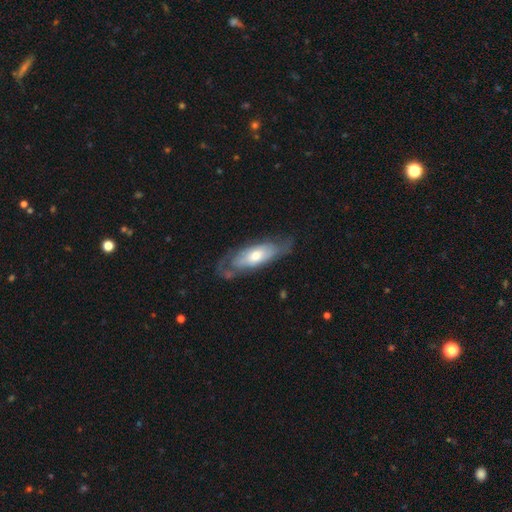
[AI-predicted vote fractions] This is possibly a featured or disk galaxy (57%). It is likely not viewed edge-on (76%). Merging: possibly none (60%).